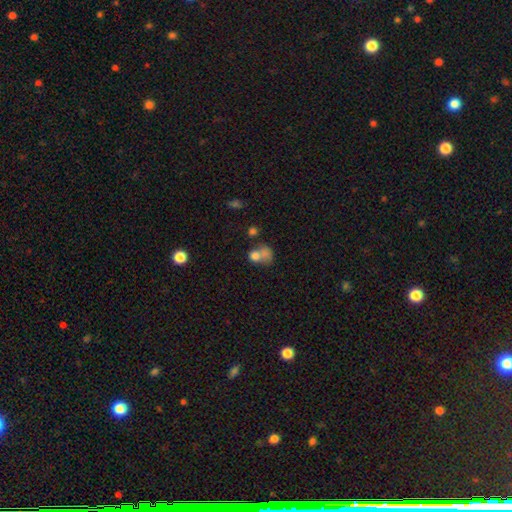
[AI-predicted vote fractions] Smooth or featured?
  - smooth: 73% *
  - featured or disk: 15%
  - star or artifact: 13%
How rounded?
  - round: 62% *
  - in between: 36%
  - cigar-shaped: 1%
Merging?
  - merger: 48% *
  - none: 29%
  - minor disturbance: 11%
  - major disturbance: 11%